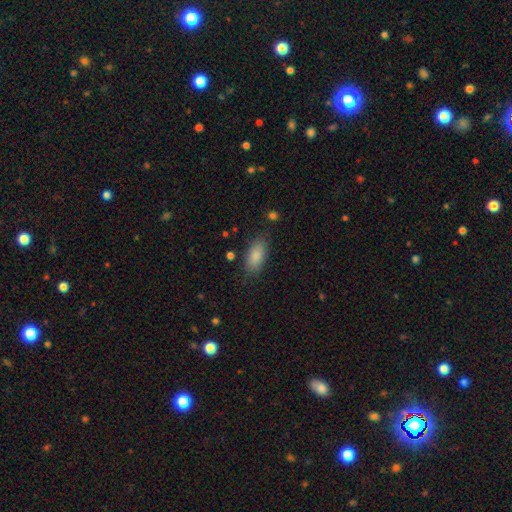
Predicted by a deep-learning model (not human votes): The model was most divided on "merging": none: 82%, minor disturbance: 13%, major disturbance: 4%, merger: 2%. More confident: how rounded — in between (89%); smooth or featured — smooth (87%).